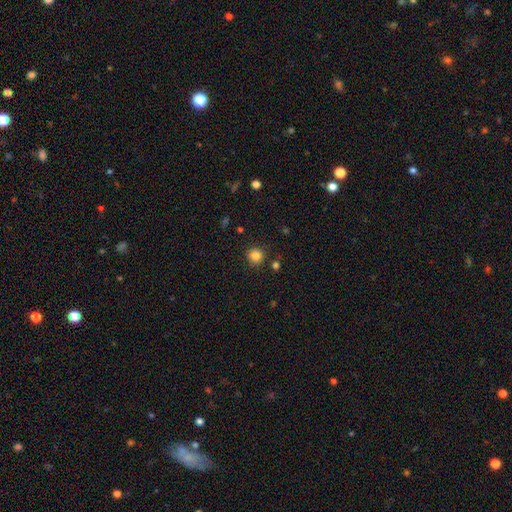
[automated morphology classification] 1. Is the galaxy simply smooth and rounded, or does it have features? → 83% smooth, 12% star or artifact, 5% featured or disk.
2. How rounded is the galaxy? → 92% round, 7% in between, 1% cigar-shaped.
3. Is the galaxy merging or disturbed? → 87% none, 7% minor disturbance, 3% merger, 2% major disturbance.